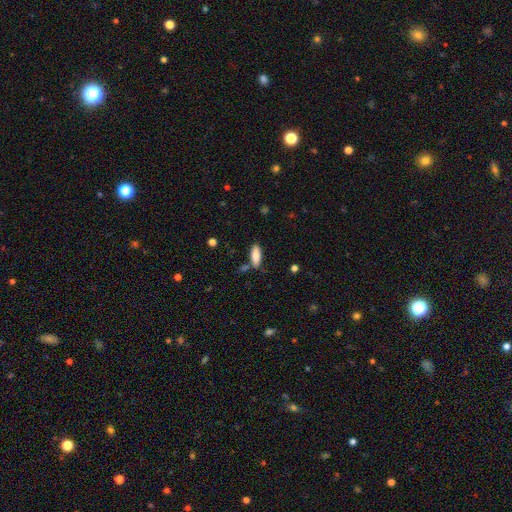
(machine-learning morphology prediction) Smooth or featured?
  - smooth: 85% *
  - featured or disk: 8%
  - star or artifact: 6%
How rounded?
  - in between: 68% *
  - cigar-shaped: 30%
  - round: 2%
Merging?
  - none: 78% *
  - minor disturbance: 14%
  - merger: 5%
  - major disturbance: 3%